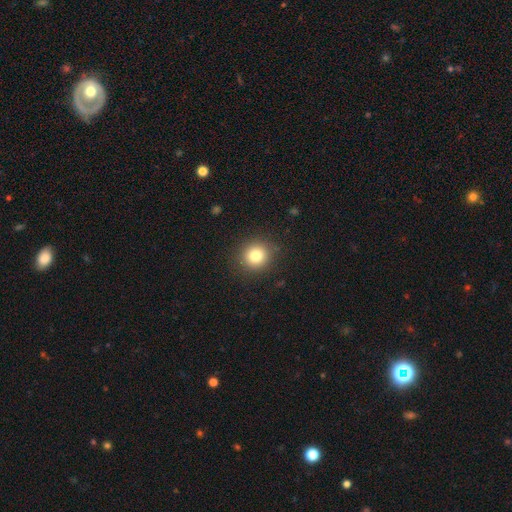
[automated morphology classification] Smooth or featured: smooth — 81% (star or artifact — 12%)
How rounded: round — 89% (in between — 10%)
Merging: none — 89% (minor disturbance — 7%)